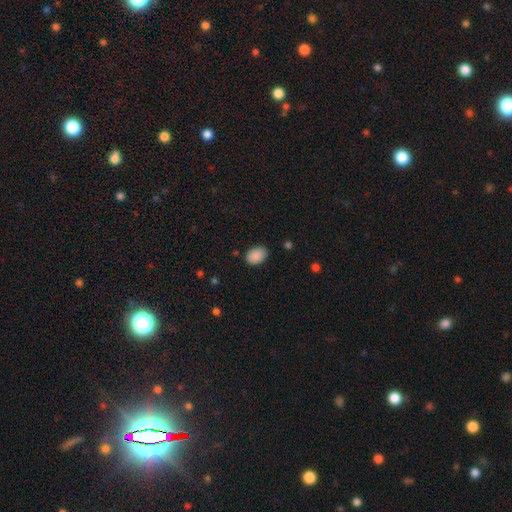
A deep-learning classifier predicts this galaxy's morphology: Smooth or featured? smooth (89%)
How rounded? in between (82%)
Merging? none (84%)